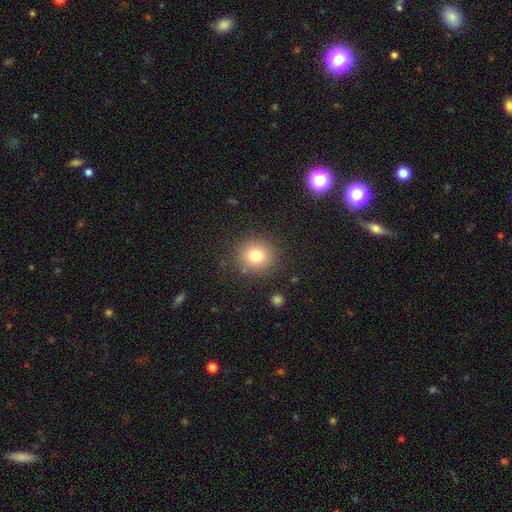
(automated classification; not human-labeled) Smooth or featured? smooth (79%)
How rounded? round (88%)
Merging? none (87%)